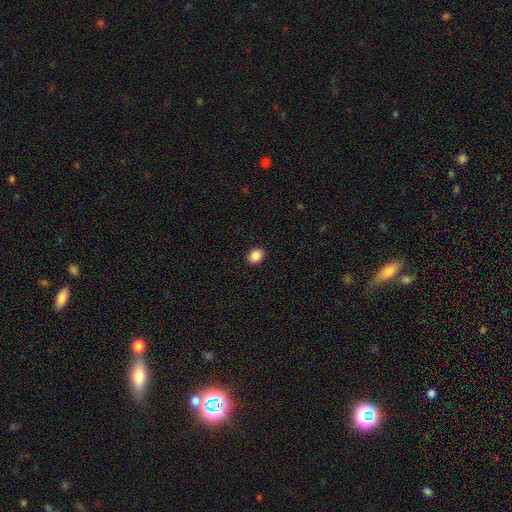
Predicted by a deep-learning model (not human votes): smooth-or-featured: smooth: 88% | star or artifact: 9% | featured or disk: 3%
  how-rounded: round: 61% | in between: 38% | cigar-shaped: 1%
  merging: none: 92% | minor disturbance: 6% | major disturbance: 2% | merger: 1%